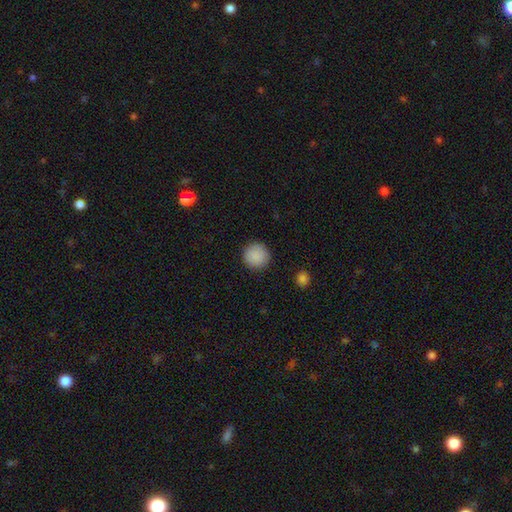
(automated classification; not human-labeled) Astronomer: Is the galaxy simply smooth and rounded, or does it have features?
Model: smooth — 90%.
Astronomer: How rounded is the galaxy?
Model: round — 95%.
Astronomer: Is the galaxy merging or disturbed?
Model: none — 91%.